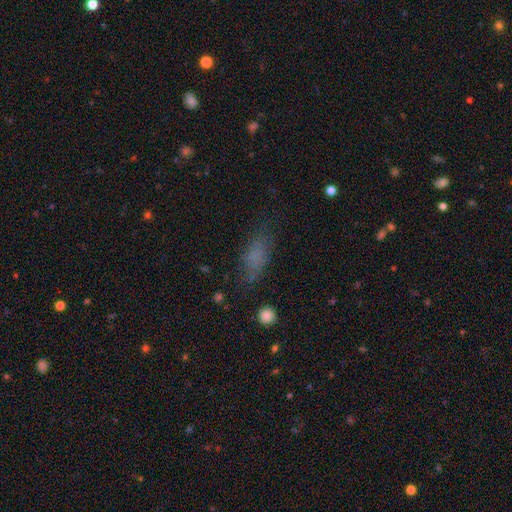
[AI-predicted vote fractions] Smooth or featured? Predicted: smooth (p=0.71). How rounded? Predicted: in between (p=0.76). Merging? Predicted: none (p=0.62).